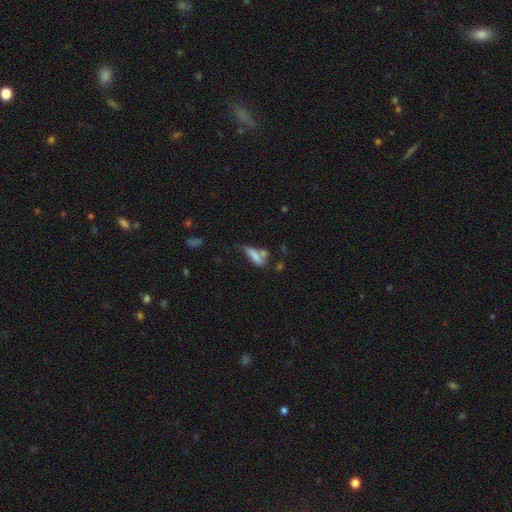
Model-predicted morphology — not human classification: Smooth or featured? smooth (69%)
How rounded? in between (57%)
Merging? merger (32%)